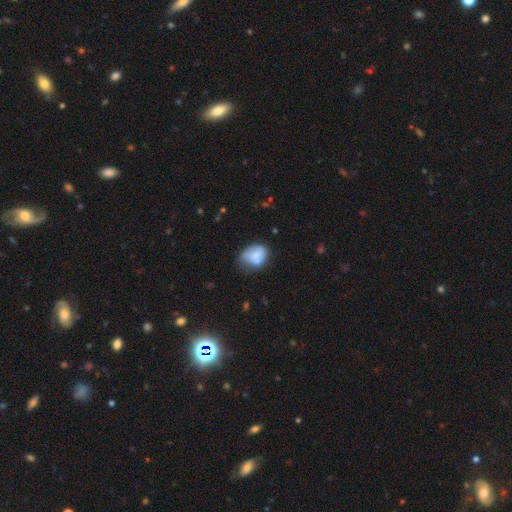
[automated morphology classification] The model was most divided on "merging": none: 37%, minor disturbance: 36%, major disturbance: 14%, merger: 13%. More confident: smooth or featured — smooth (67%); how rounded — in between (63%).